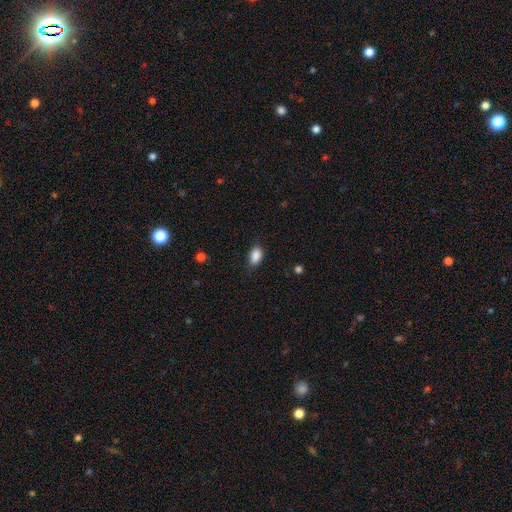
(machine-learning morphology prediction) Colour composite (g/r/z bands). It shows a smooth galaxy with no disk features (88%) that is in between round and cigar-shaped (89%). Merging: none (77%).